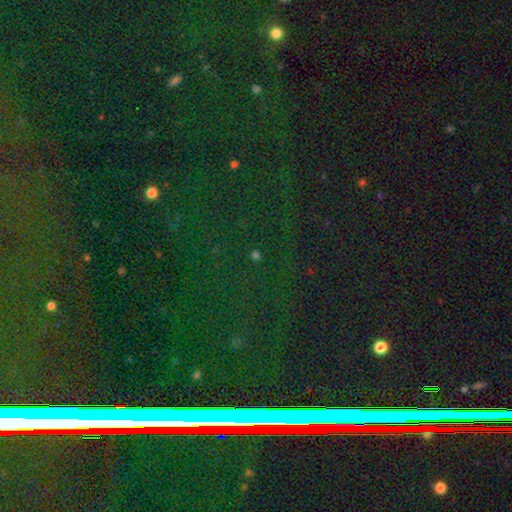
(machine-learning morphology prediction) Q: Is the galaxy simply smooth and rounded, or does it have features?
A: star or artifact — 69%.